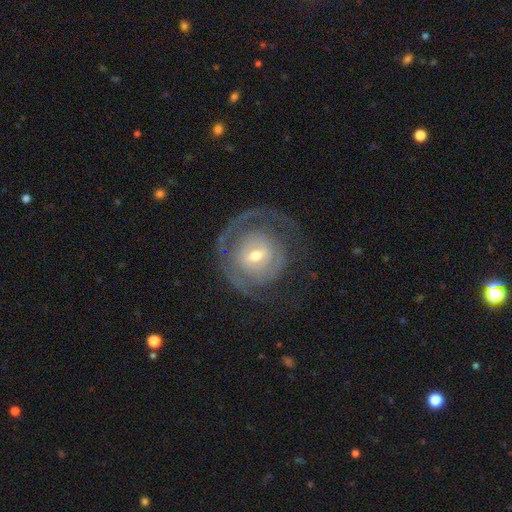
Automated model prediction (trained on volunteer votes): Smooth or featured: featured or disk — 76% (smooth — 18%)
Edge-on disk: no — 97% (yes — 3%)
Bar: no — 44% (weak — 43%)
Spiral arms: yes — 77% (no — 23%)
Spiral winding: tight — 61% (medium — 24%)
Spiral arm count: 2 — 34% (can't tell — 33%)
Bulge size: moderate — 53% (small — 41%)
Merging: none — 61% (major disturbance — 21%)